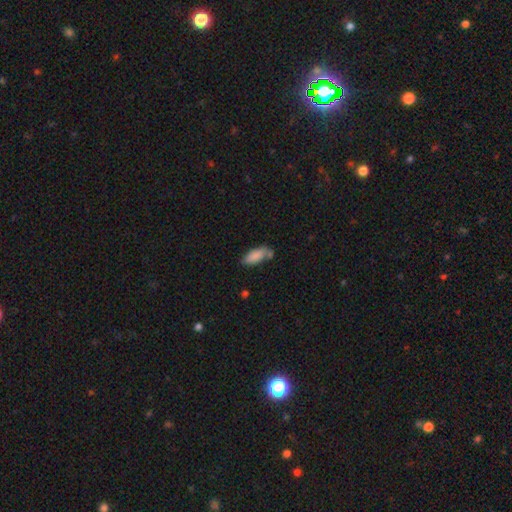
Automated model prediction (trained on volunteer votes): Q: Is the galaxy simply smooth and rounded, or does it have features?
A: smooth — 84%.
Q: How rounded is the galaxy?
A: in between — 83%.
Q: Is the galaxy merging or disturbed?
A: none — 56%.